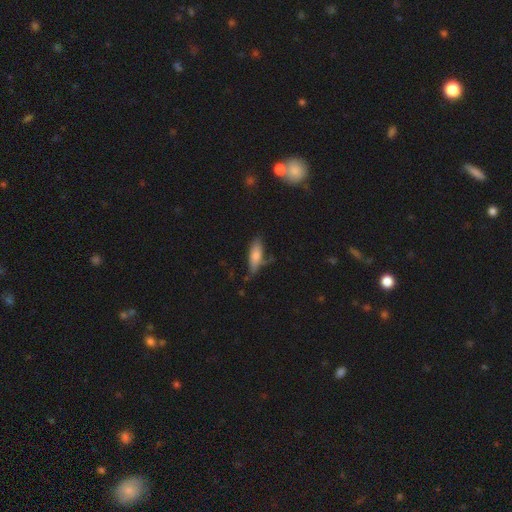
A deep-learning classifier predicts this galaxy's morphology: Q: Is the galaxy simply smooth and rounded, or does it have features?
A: smooth — 74%.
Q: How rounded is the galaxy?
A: in between — 55%.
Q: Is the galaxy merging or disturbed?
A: none — 64%.